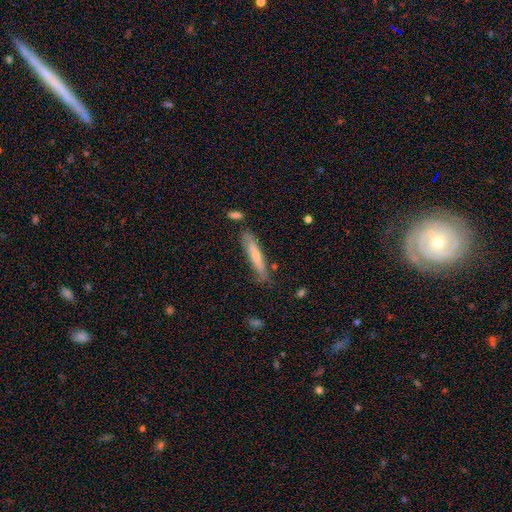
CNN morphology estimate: Overall: smooth (60%; featured or disk 34%). How rounded: cigar-shaped (89%). Merging: none (76%).